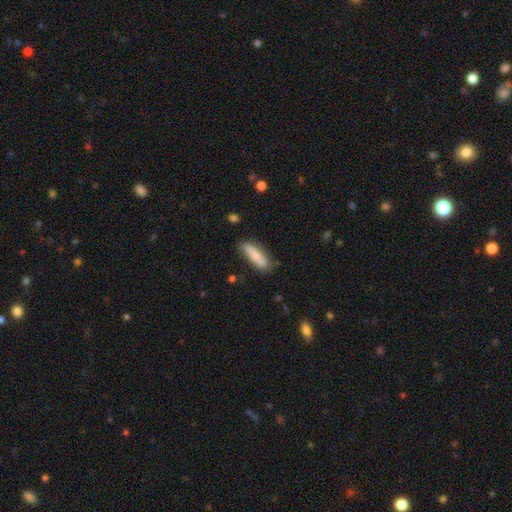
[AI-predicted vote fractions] This appears to be a smooth galaxy with no disk features (66%) that is cigar-shaped (57%). Merging: none (77%).